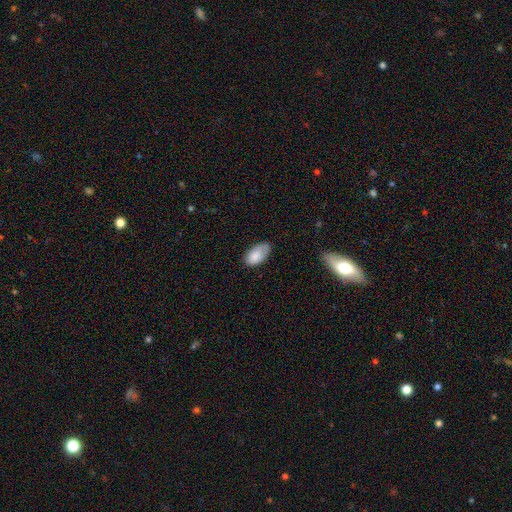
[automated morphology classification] This is clearly a smooth galaxy (80%). How rounded: clearly in between (95%). Merging: likely none (65%).